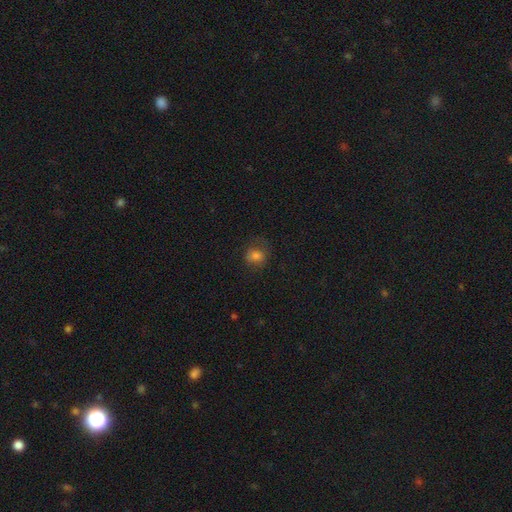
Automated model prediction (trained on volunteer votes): A smooth galaxy with no disk features (77%) that is round (65%).

Vote fractions:
- Smooth or featured? smooth: 77% / star or artifact: 13% / featured or disk: 10%
- How rounded? round: 65% / in between: 34% / cigar-shaped: 1%
- Merging? none: 65% / minor disturbance: 22% / major disturbance: 12% / merger: 1%